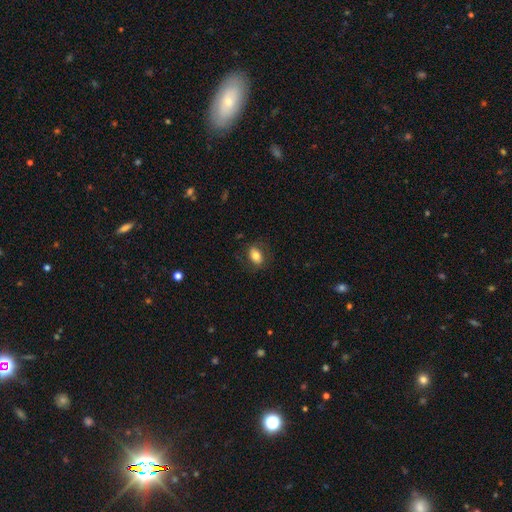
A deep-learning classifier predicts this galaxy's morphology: Smooth or featured? smooth (76%)
How rounded? in between (81%)
Merging? none (76%)